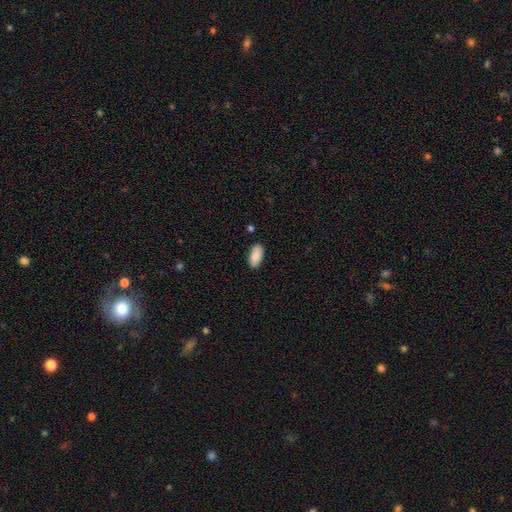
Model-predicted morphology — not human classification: Overall: smooth (87%). How rounded: in between (93%). Merging: none (87%).